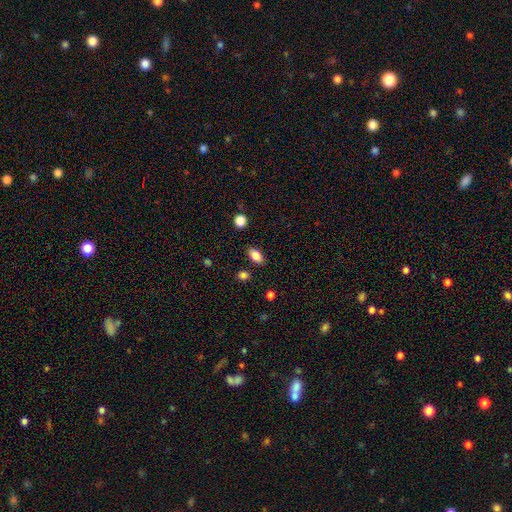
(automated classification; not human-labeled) A smooth galaxy with no disk features (85%) that is in between round and cigar-shaped (89%). Merging: none (84%).